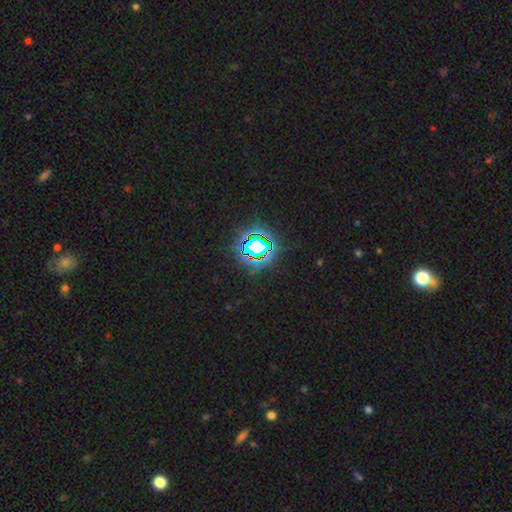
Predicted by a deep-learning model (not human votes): The model was most divided on "smooth or featured": star or artifact: 81%, smooth: 12%, featured or disk: 7%.